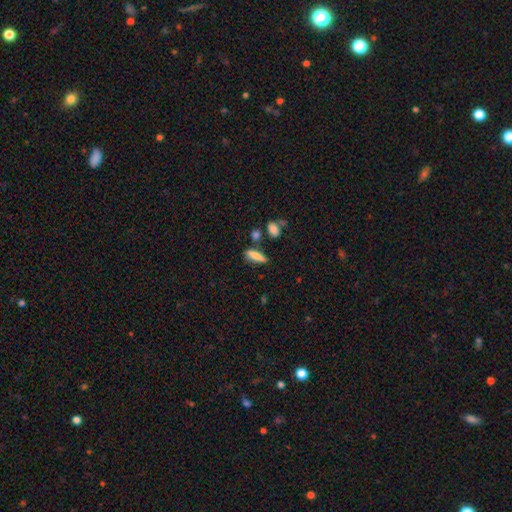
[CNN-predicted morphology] Smooth or featured: smooth — 80% (featured or disk — 12%)
How rounded: cigar-shaped — 60% (in between — 37%)
Merging: none — 71% (minor disturbance — 16%)